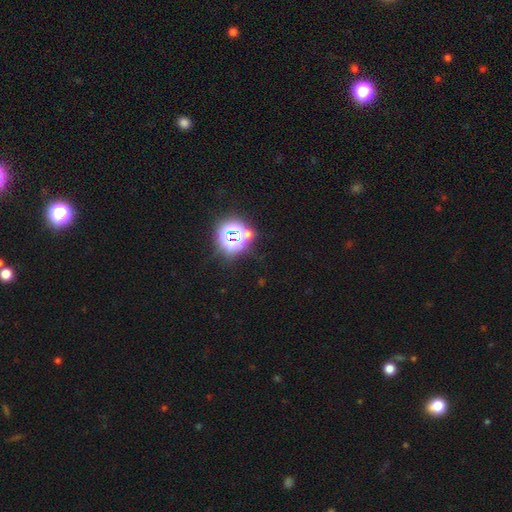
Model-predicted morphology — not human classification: Smooth or featured: star or artifact — 79% (smooth — 15%)